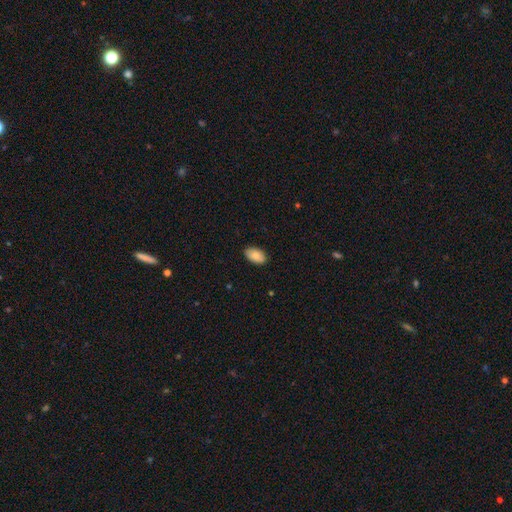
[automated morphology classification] Smooth or featured?
  - smooth: 84% *
  - featured or disk: 9%
  - star or artifact: 7%
How rounded?
  - in between: 94% *
  - round: 4%
  - cigar-shaped: 1%
Merging?
  - none: 88% *
  - minor disturbance: 9%
  - major disturbance: 2%
  - merger: 1%